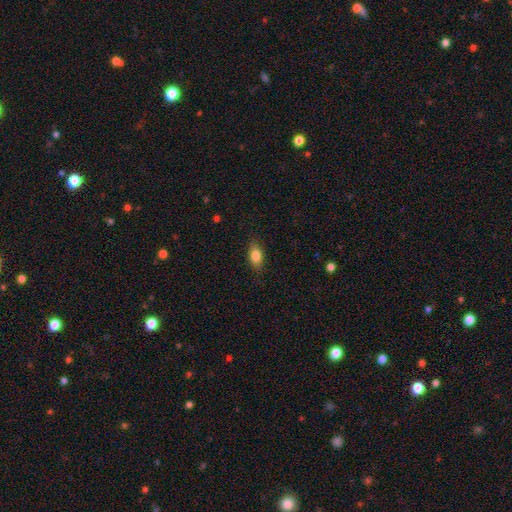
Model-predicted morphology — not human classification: The model was most divided on "smooth or featured": smooth: 81%, featured or disk: 12%, star or artifact: 8%. More confident: merging — none (85%); how rounded — in between (83%).